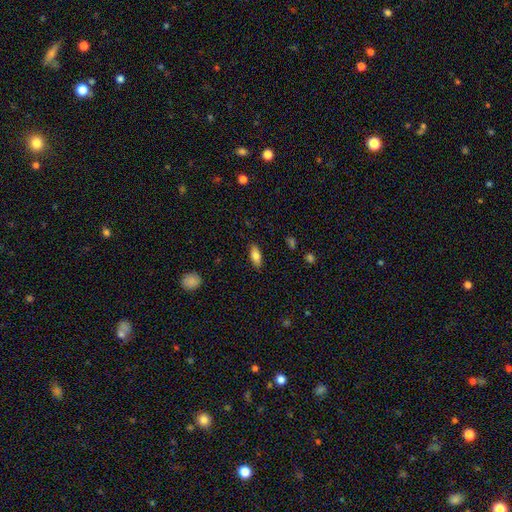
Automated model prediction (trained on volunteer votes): The model was most divided on "how rounded": in between: 79%, cigar-shaped: 19%, round: 3%. More confident: merging — none (86%); smooth or featured — smooth (77%).